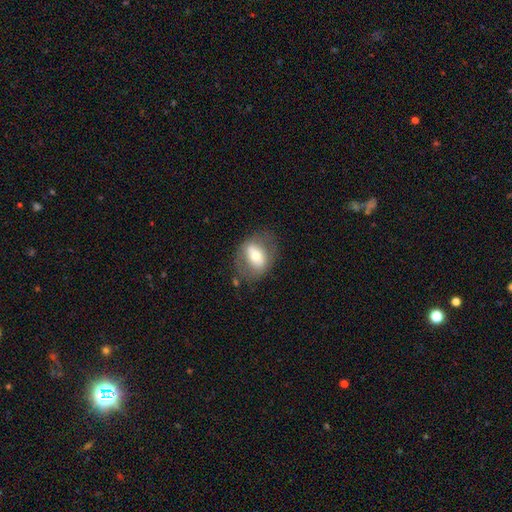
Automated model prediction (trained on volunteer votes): smooth-or-featured: smooth: 53% | featured or disk: 39% | star or artifact: 8%
  how-rounded: in between: 65% | round: 33% | cigar-shaped: 2%
  merging: none: 65% | minor disturbance: 19% | major disturbance: 12% | merger: 4%